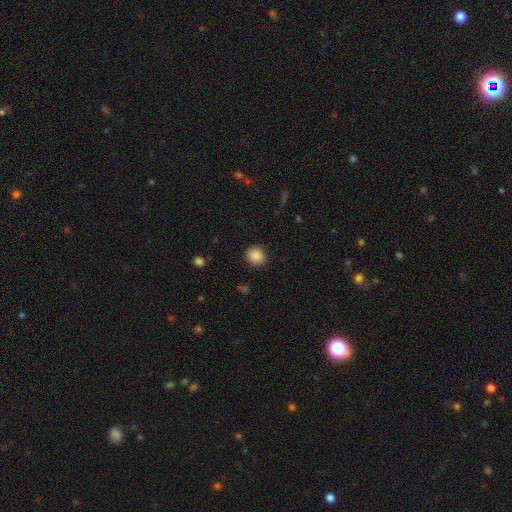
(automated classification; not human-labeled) smooth-or-featured: smooth: 87% | star or artifact: 9% | featured or disk: 4%
  how-rounded: round: 82% | in between: 17% | cigar-shaped: 1%
  merging: none: 88% | minor disturbance: 8% | major disturbance: 3% | merger: 1%